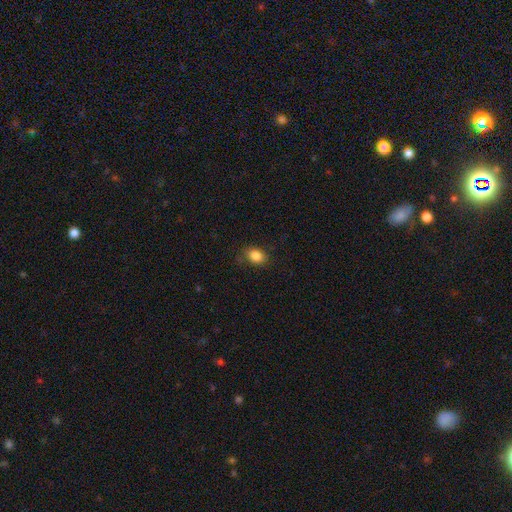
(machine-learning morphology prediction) Smooth or featured? smooth (85%)
How rounded? in between (67%)
Merging? none (81%)